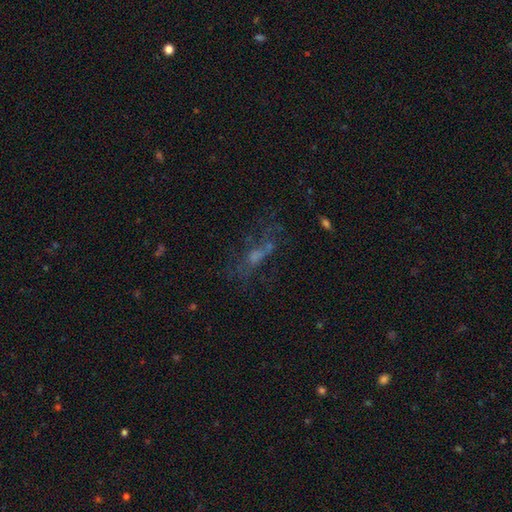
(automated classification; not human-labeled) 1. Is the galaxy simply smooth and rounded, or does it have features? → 43% featured or disk, 30% smooth, 27% star or artifact.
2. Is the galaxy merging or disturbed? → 44% none, 31% major disturbance, 16% minor disturbance, 9% merger.